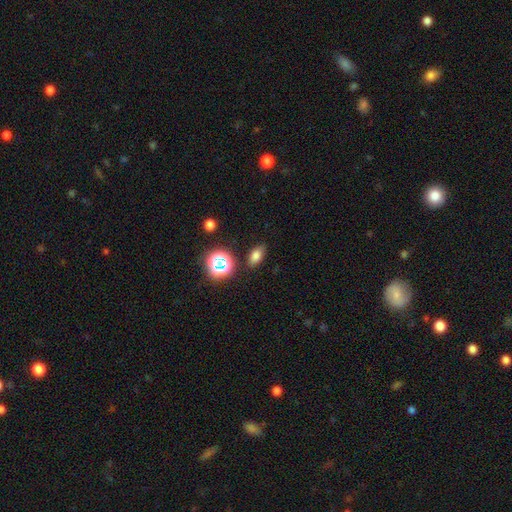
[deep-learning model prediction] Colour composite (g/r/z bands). It shows a smooth galaxy with no disk features (73%) that is in between round and cigar-shaped (84%). Merging: none (85%).